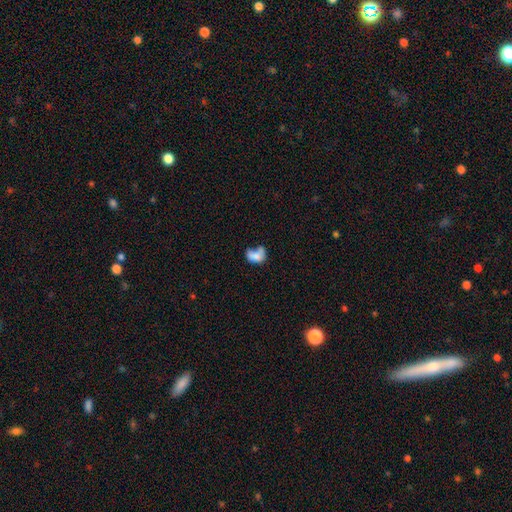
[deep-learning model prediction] Overall: smooth (68%). How rounded: in between (74%). Merging: merger (38%; none 23%).